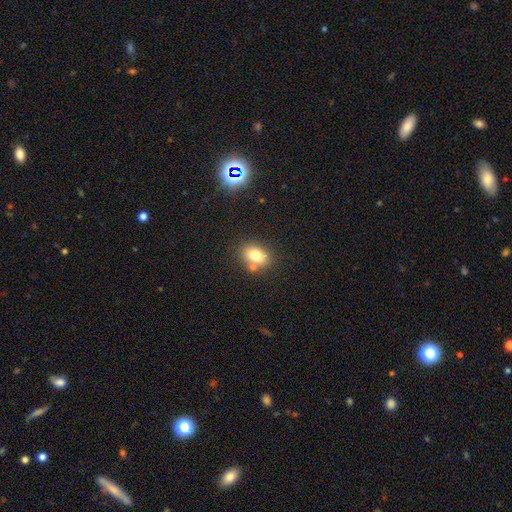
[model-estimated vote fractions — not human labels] Q: Smooth or featured?
A: smooth (78%); runner-up: featured or disk (12%)
Q: How rounded?
A: in between (73%); runner-up: round (26%)
Q: Merging?
A: none (68%); runner-up: merger (16%)